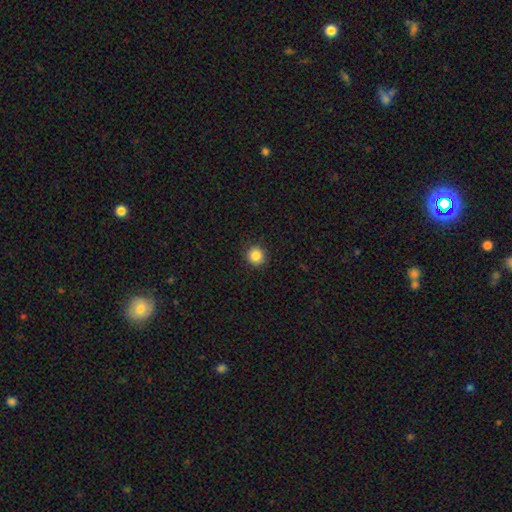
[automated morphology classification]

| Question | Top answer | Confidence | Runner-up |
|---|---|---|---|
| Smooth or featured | smooth | 85% | star or artifact (11%) |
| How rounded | round | 93% | in between (6%) |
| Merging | none | 91% | minor disturbance (6%) |